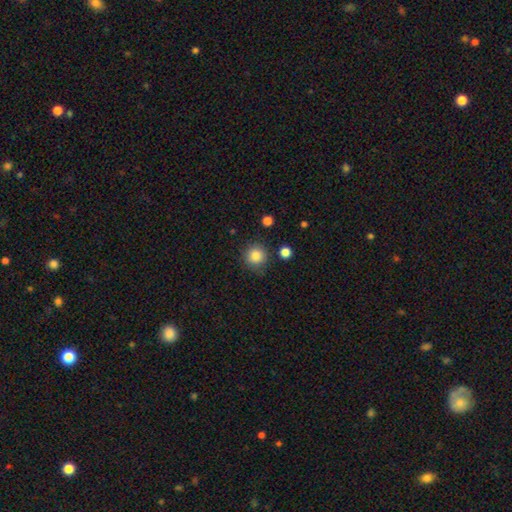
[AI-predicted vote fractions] Smooth or featured?
  - smooth: 86% *
  - star or artifact: 10%
  - featured or disk: 4%
How rounded?
  - round: 93% *
  - in between: 6%
  - cigar-shaped: 1%
Merging?
  - none: 84% *
  - minor disturbance: 10%
  - merger: 3%
  - major disturbance: 3%